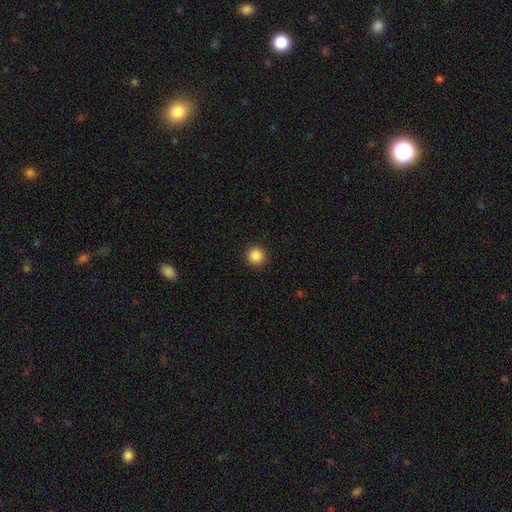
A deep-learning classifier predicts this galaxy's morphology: This is clearly a smooth galaxy (88%). How rounded: clearly round (95%). Merging: clearly none (93%).